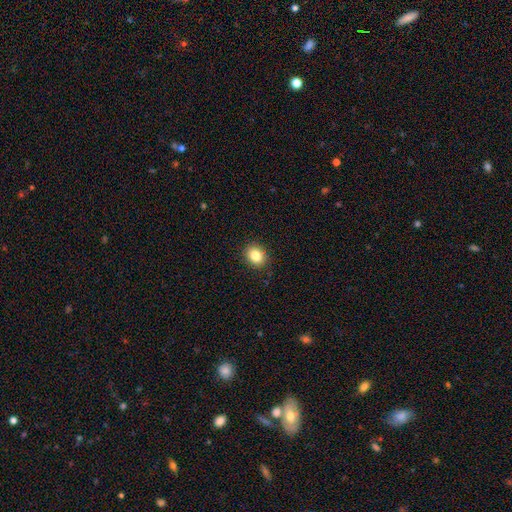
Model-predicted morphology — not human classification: type=smooth (83%); roundness=round (63%); merging=none (90%).